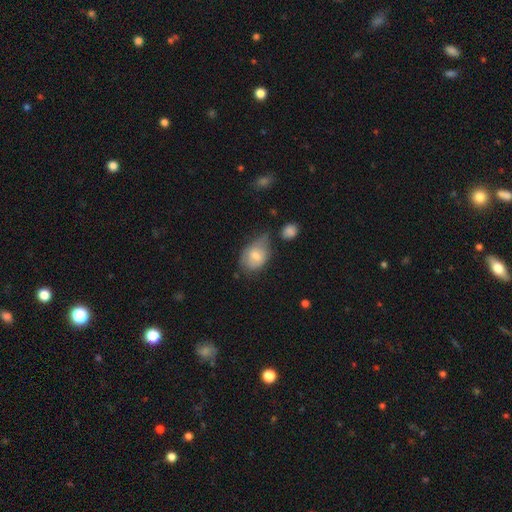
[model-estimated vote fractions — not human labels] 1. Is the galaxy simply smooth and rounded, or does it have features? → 67% smooth, 25% featured or disk, 8% star or artifact.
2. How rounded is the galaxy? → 72% in between, 27% round, 1% cigar-shaped.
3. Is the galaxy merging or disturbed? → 36% minor disturbance (tied), 36% none (tied), 18% major disturbance, 10% merger.